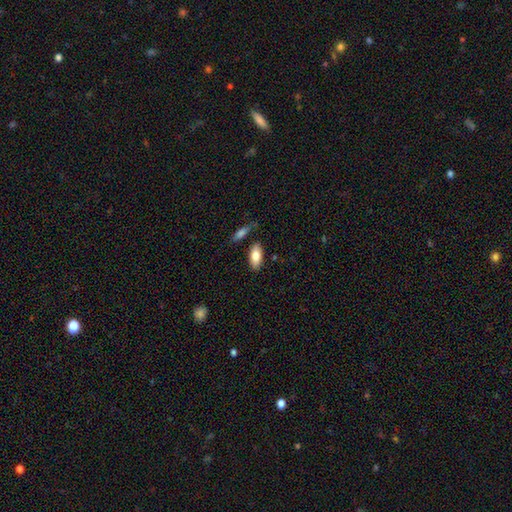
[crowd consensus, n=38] smooth 92%, star or artifact 5%, featured or disk 3%. Down the decision tree: how rounded — in between (86%); merging — none (83%).